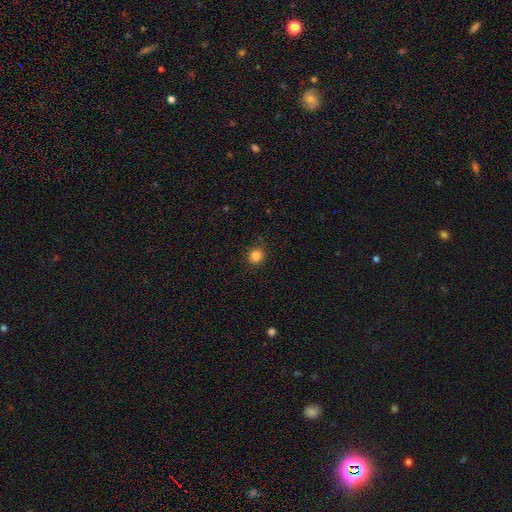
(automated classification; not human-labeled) A smooth galaxy with no disk features (83%) that is round (92%). Merging: none (91%).